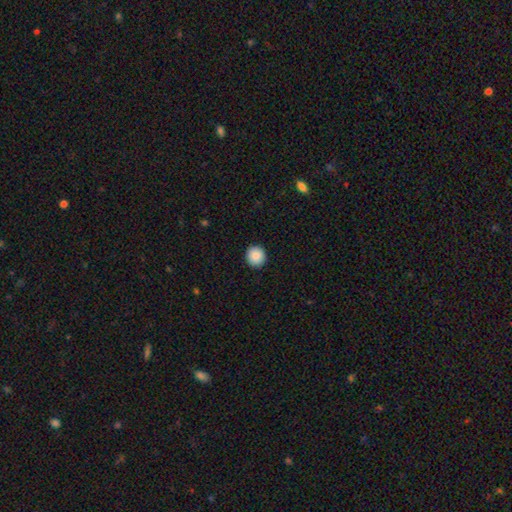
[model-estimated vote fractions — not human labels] A smooth galaxy with no disk features (89%) that is round (91%). Merging: none (92%).